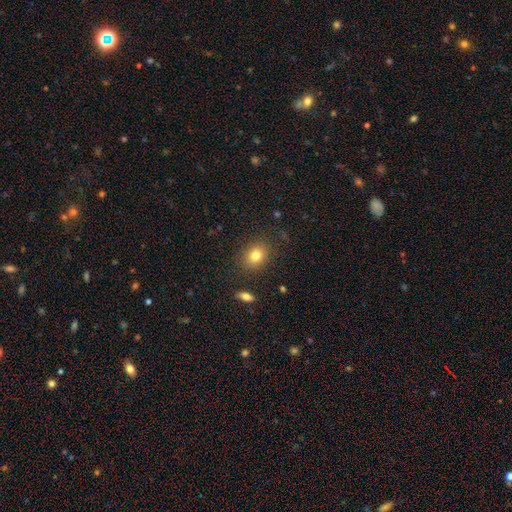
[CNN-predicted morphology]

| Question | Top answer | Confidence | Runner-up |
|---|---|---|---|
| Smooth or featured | smooth | 81% | star or artifact (11%) |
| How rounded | round | 51% | in between (48%) |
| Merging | none | 84% | minor disturbance (10%) |